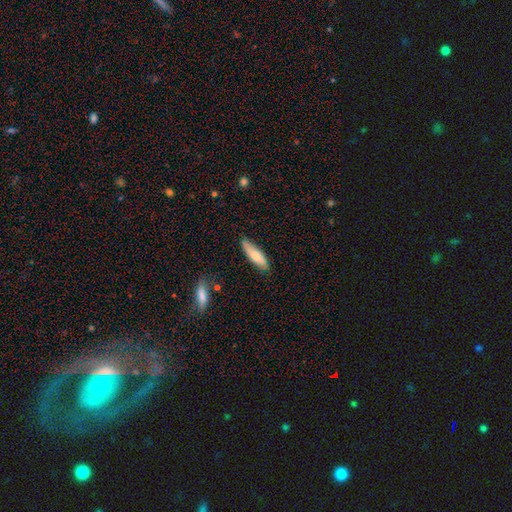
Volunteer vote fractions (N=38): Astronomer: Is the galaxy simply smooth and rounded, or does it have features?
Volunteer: smooth — 82%.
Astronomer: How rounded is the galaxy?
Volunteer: cigar-shaped — 58% (runner-up: in between, 39%).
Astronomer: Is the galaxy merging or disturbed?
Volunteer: none — 77%.